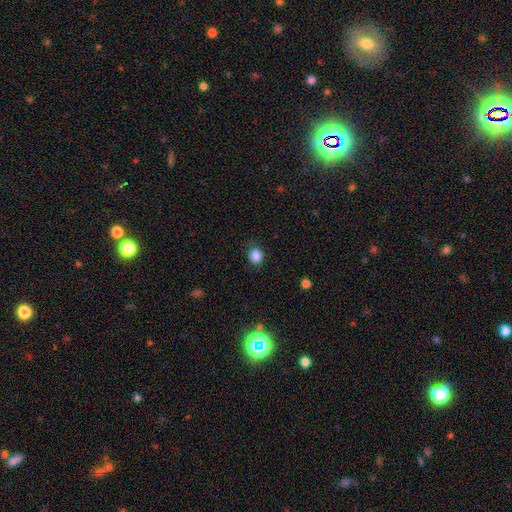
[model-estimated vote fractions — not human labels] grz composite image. It shows a smooth galaxy with no disk features (85%) that is round (78%). Merging: none (83%).